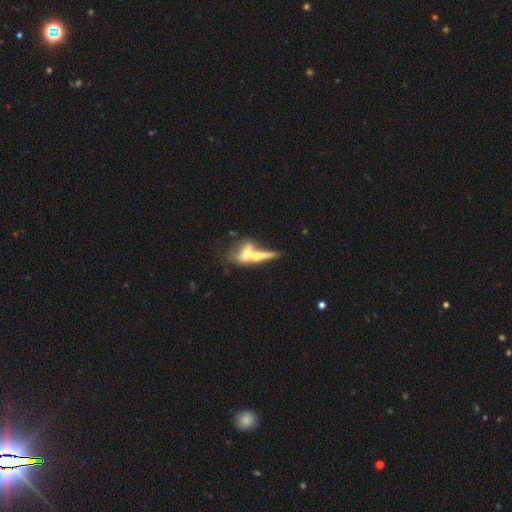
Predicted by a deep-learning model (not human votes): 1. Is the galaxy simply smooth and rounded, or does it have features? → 49% featured or disk, 43% smooth, 8% star or artifact.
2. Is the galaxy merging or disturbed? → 61% merger, 22% none, 9% minor disturbance, 8% major disturbance.